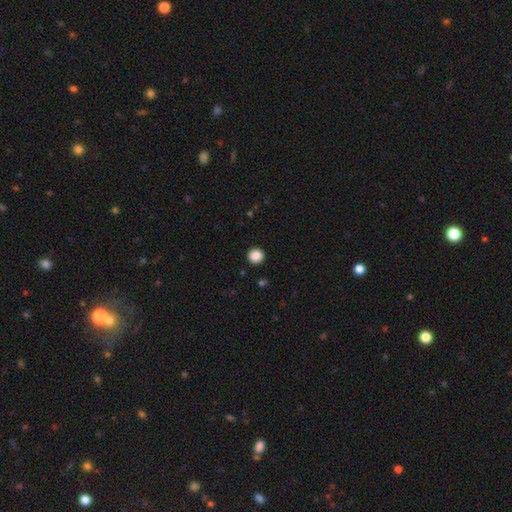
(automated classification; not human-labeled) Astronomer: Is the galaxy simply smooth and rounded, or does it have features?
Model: smooth — 87%.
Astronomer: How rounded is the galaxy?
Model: round — 95%.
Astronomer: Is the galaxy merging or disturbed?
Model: none — 93%.